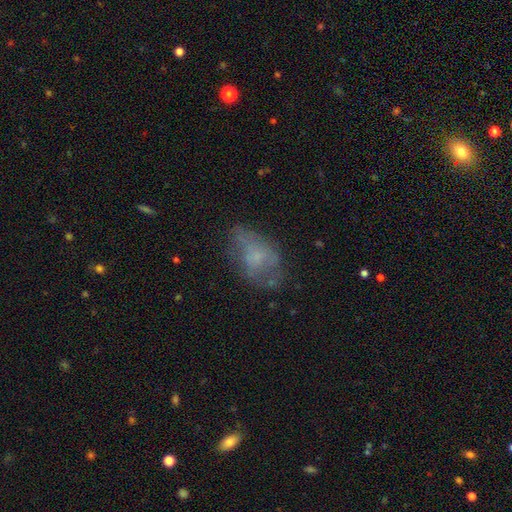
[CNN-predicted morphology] Overall: smooth (50%; featured or disk 38%). Merging: none (47%; minor disturbance 28%).